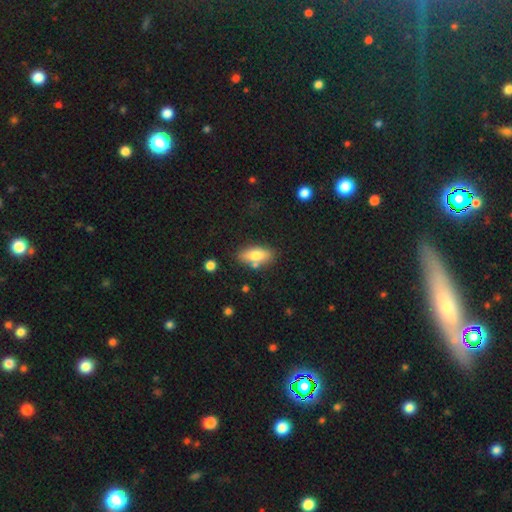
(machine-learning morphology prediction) smooth-or-featured: smooth: 77% | featured or disk: 16% | star or artifact: 7%
  how-rounded: in between: 83% | cigar-shaped: 14% | round: 3%
  merging: none: 78% | minor disturbance: 13% | merger: 7% | major disturbance: 3%